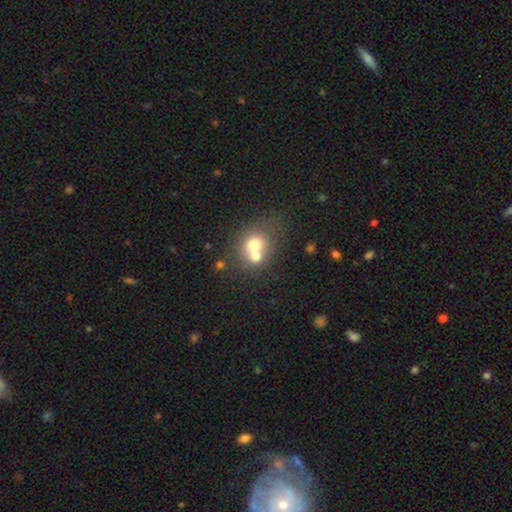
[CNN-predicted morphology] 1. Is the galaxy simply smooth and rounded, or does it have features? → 65% smooth, 23% featured or disk, 12% star or artifact.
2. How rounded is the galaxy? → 70% round, 29% in between, 1% cigar-shaped.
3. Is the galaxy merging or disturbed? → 63% merger, 27% none, 6% minor disturbance, 3% major disturbance.